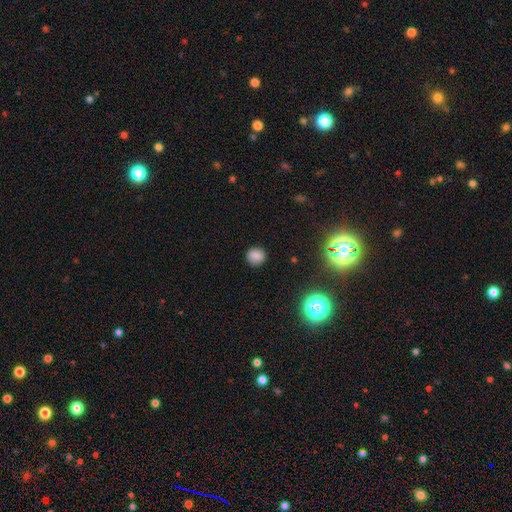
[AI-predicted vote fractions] Q: Smooth or featured?
A: smooth (81%); runner-up: star or artifact (14%)
Q: How rounded?
A: round (86%); runner-up: in between (13%)
Q: Merging?
A: none (87%); runner-up: minor disturbance (9%)